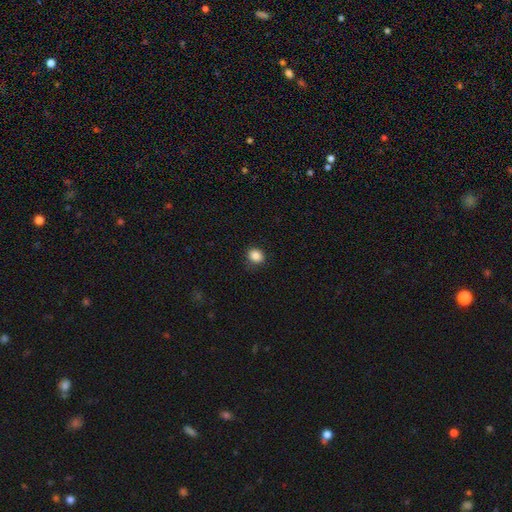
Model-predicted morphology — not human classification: The model was most divided on "how rounded": round: 69%, in between: 30%, cigar-shaped: 1%. More confident: smooth or featured — smooth (87%); merging — none (84%).